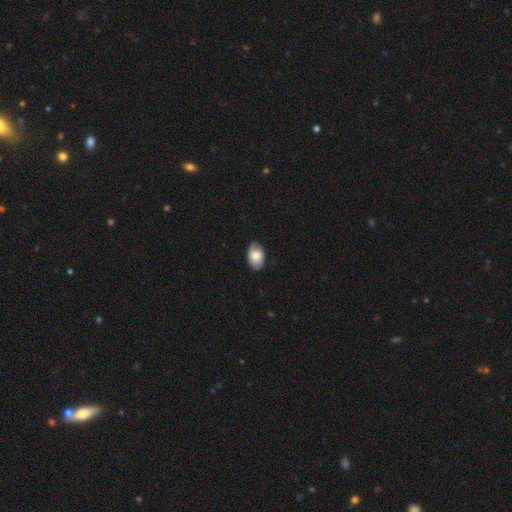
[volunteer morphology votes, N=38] Smooth or featured? smooth (84%)
How rounded? in between (84%)
Merging? none (78%)